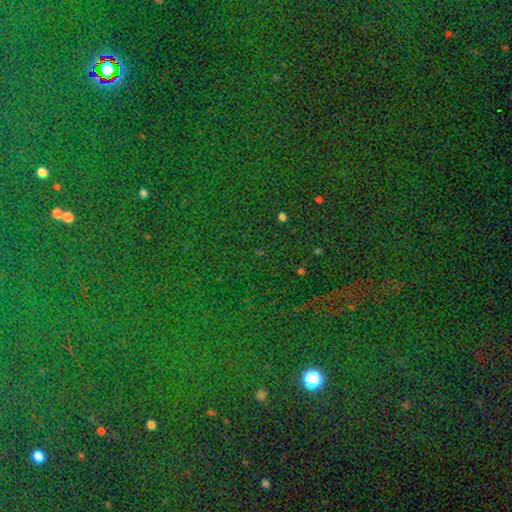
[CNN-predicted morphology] Smooth or featured?
  - star or artifact: 81% *
  - smooth: 11%
  - featured or disk: 8%